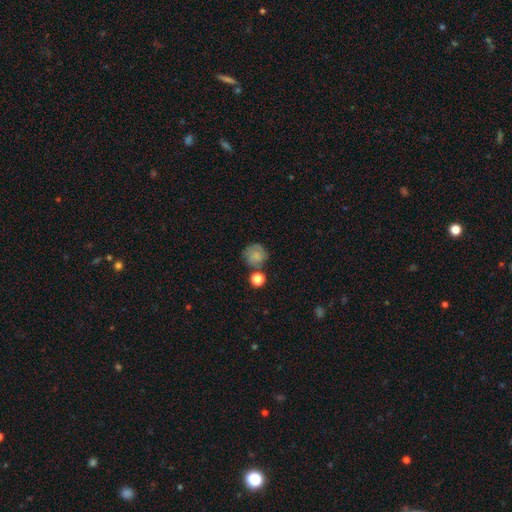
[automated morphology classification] type=smooth (72%); roundness=round (87%); merging=none (60%).